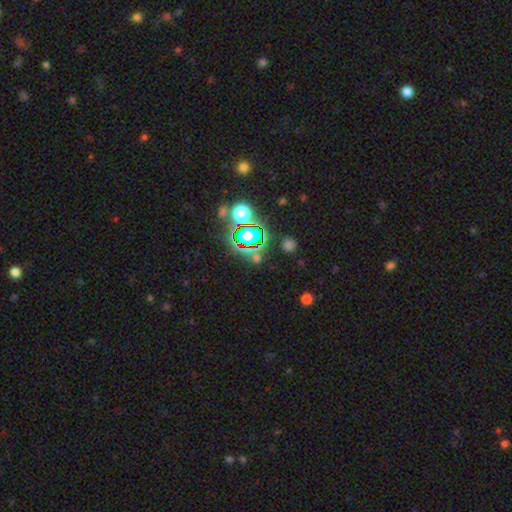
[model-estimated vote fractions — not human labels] The model was most divided on "smooth or featured": star or artifact: 68%, smooth: 23%, featured or disk: 9%.